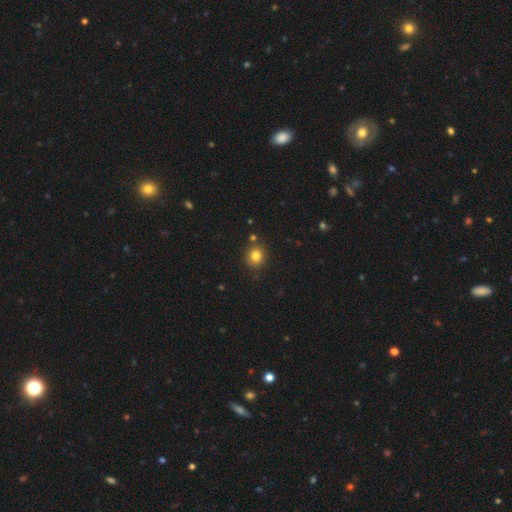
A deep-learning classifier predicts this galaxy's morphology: Smooth or featured: smooth — 81% (star or artifact — 12%)
How rounded: round — 74% (in between — 25%)
Merging: none — 83% (minor disturbance — 9%)